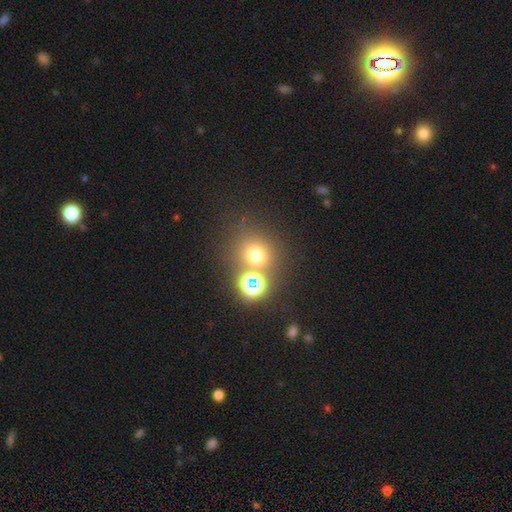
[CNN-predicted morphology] Smooth or featured? Predicted: smooth (p=0.66). How rounded? Predicted: round (p=0.86). Merging? Predicted: none (p=0.66).